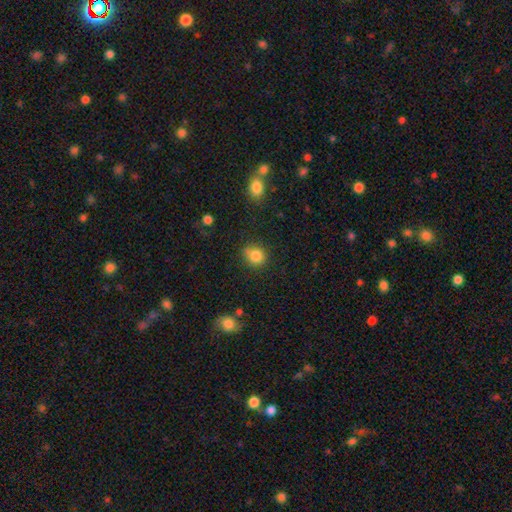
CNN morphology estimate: smooth_or_featured: smooth (p=0.83) [alt: star or artifact p=0.11]
how_rounded: round (p=0.74) [alt: in between p=0.25]
merging: none (p=0.73) [alt: minor disturbance p=0.19]